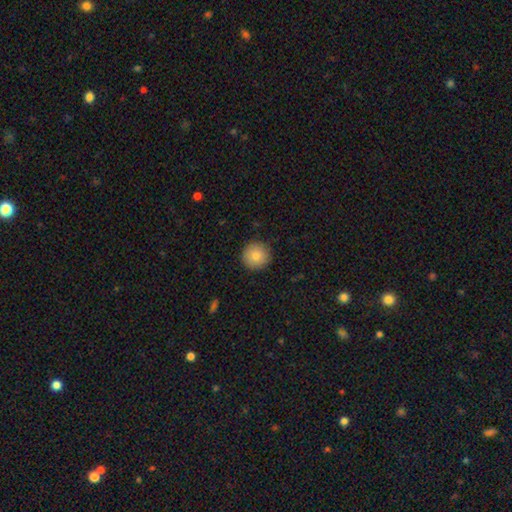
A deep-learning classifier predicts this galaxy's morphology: Smooth or featured? Predicted: smooth (p=0.83). How rounded? Predicted: round (p=0.95). Merging? Predicted: none (p=0.91).